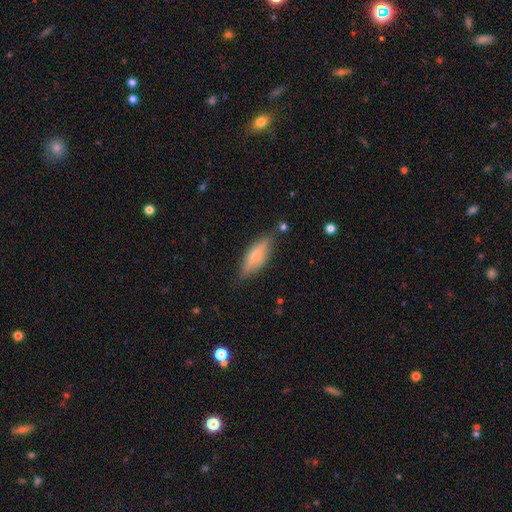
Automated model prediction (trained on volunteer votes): smooth_or_featured: featured or disk (p=0.47) [alt: smooth p=0.46]
merging: none (p=0.78) [alt: minor disturbance p=0.17]